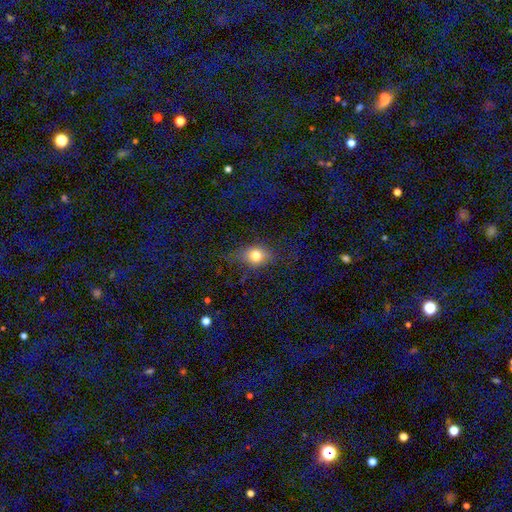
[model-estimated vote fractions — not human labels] This is likely a smooth galaxy (70%). How rounded: possibly in between (53%). Merging: likely none (69%).